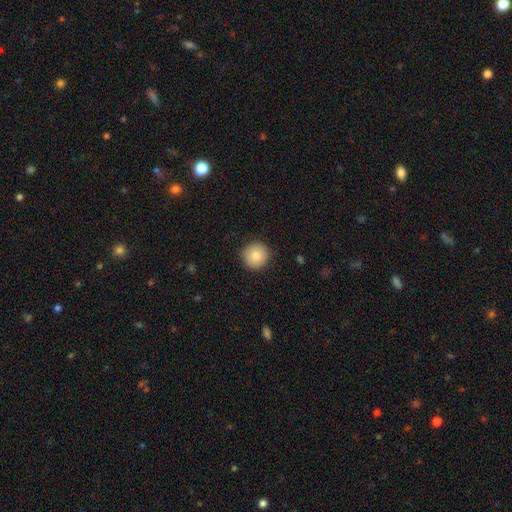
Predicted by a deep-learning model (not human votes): The model was most divided on "smooth or featured": smooth: 85%, star or artifact: 8%, featured or disk: 7%. More confident: how rounded — round (94%); merging — none (90%).